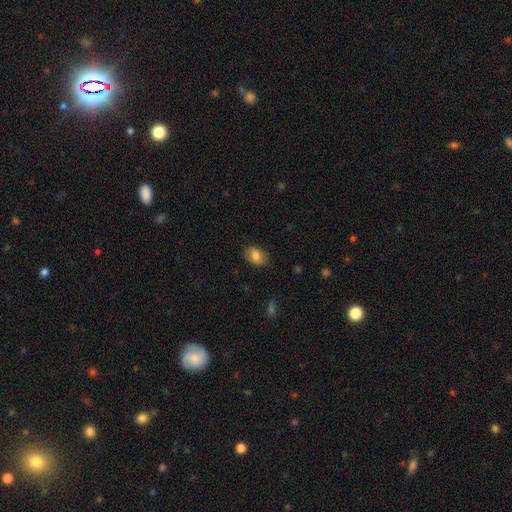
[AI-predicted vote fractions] Overall: smooth (84%). How rounded: in between (82%). Merging: none (86%).